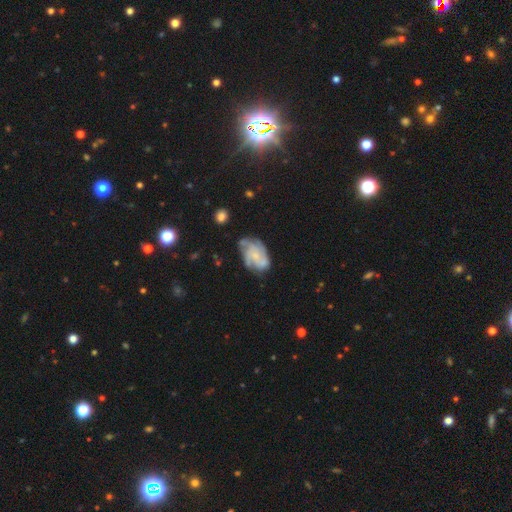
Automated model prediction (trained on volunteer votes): Morphology: type=featured or disk (73%); edge-on=no (97%); bar=no (70%); spiral arms=yes (90%); winding=tight (43%); arm count=3 (30%); bulge=small (56%); merging=none (58%).